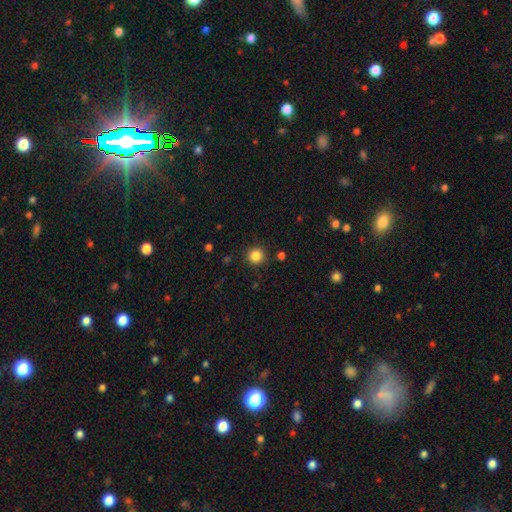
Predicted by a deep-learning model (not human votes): This appears to be a smooth galaxy with no disk features (85%) that is round (94%). Merging: none (90%).